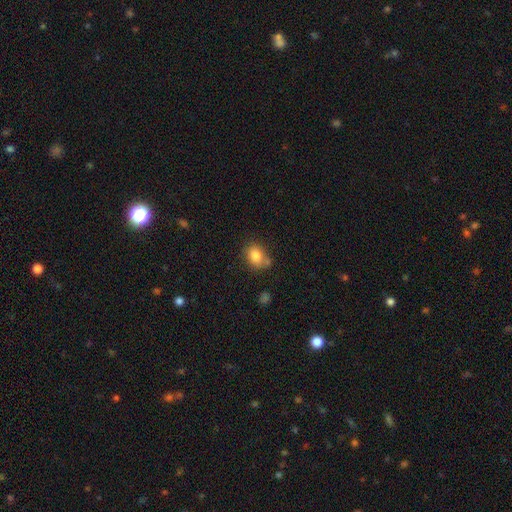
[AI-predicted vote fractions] Smooth or featured?
  - smooth: 83% *
  - star or artifact: 10%
  - featured or disk: 8%
How rounded?
  - in between: 52% *
  - round: 47%
  - cigar-shaped: 1%
Merging?
  - none: 62% *
  - minor disturbance: 21%
  - merger: 12%
  - major disturbance: 5%